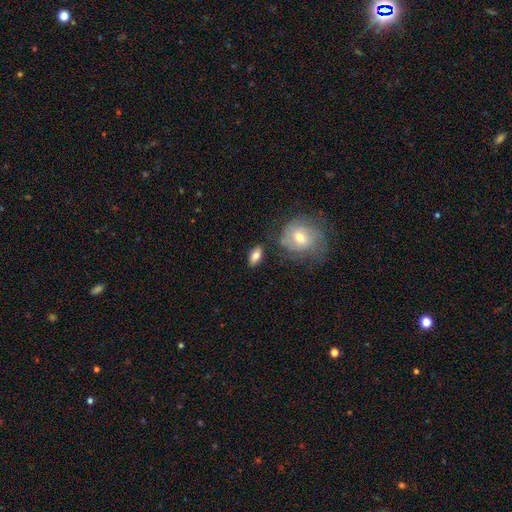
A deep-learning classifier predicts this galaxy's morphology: Smooth or featured? smooth (76%)
How rounded? in between (83%)
Merging? none (79%)